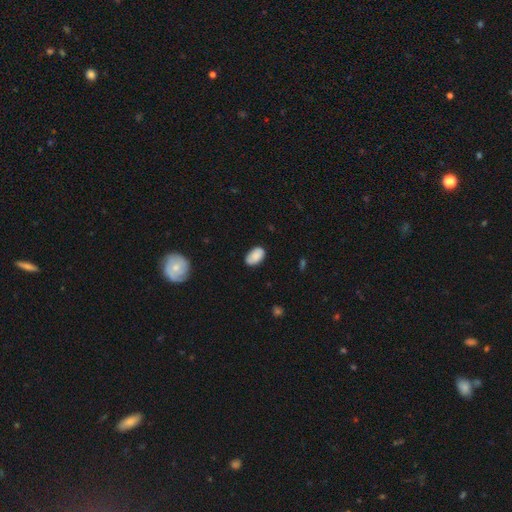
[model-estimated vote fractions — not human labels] Smooth or featured?
  - smooth: 84% *
  - featured or disk: 9%
  - star or artifact: 7%
How rounded?
  - in between: 93% *
  - round: 6%
  - cigar-shaped: 1%
Merging?
  - none: 78% *
  - minor disturbance: 18%
  - major disturbance: 3%
  - merger: 1%